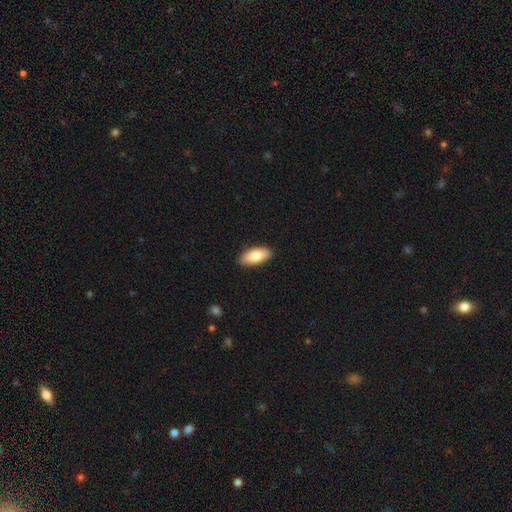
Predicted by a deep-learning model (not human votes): Overall: smooth (82%). How rounded: in between (87%). Merging: none (89%).